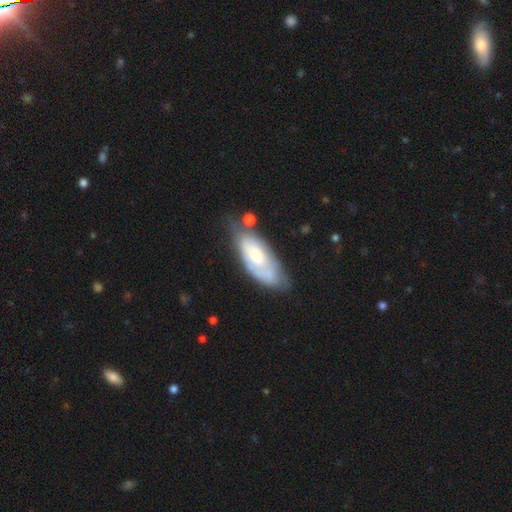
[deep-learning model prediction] Smooth or featured? featured or disk (56%)
Edge-on disk? no (84%)
Merging? none (59%)